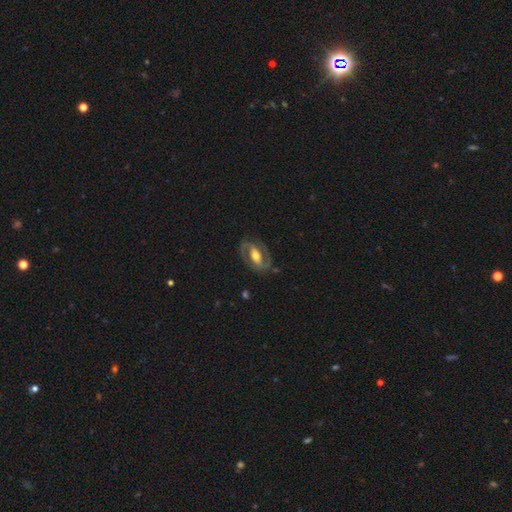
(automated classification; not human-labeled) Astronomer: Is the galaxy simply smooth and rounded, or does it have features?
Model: featured or disk — 85%.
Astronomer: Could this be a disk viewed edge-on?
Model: no — 95%.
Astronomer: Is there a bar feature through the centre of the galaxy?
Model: strong — 44% (runner-up: weak, 33%).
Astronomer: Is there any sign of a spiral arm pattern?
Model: yes — 91%.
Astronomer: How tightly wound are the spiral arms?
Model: medium — 50% (runner-up: tight, 34%).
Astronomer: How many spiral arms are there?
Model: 2 — 91%.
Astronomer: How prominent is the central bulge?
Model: moderate — 69%.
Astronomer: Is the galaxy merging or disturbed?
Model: none — 80%.